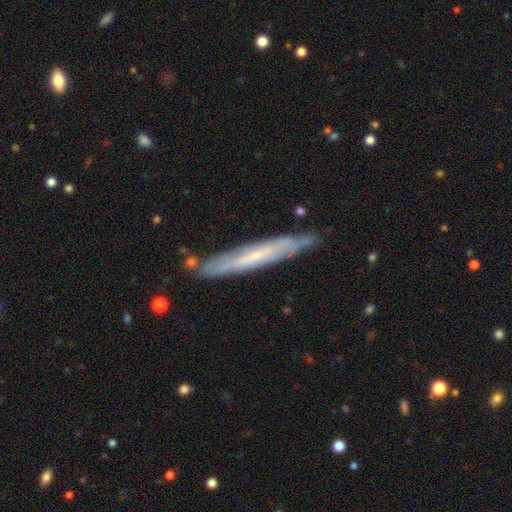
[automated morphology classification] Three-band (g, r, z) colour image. It shows a featured or disk galaxy (62%) viewed edge-on (77%). Merging: none (81%).